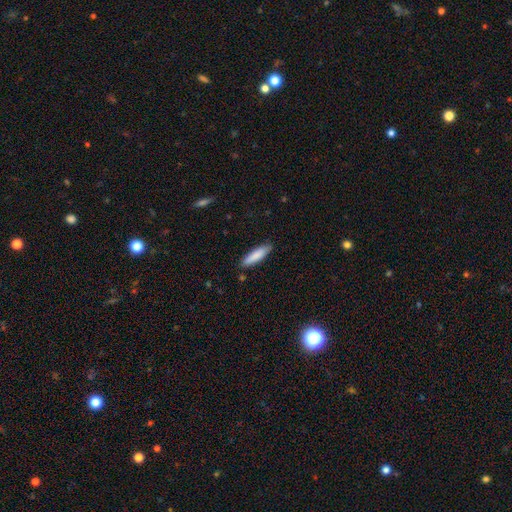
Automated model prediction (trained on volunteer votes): smooth-or-featured: smooth: 85% | featured or disk: 10% | star or artifact: 6%
  how-rounded: cigar-shaped: 70% | in between: 29% | round: 1%
  merging: none: 86% | minor disturbance: 11% | major disturbance: 2% | merger: 2%